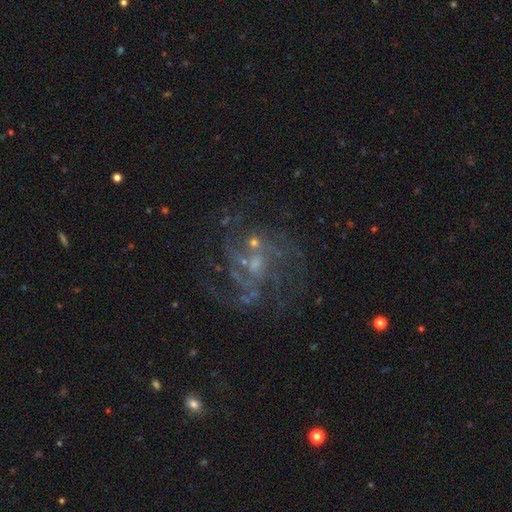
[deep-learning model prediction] Smooth or featured?
  - featured or disk: 75% *
  - star or artifact: 17%
  - smooth: 8%
Edge-on disk?
  - no: 98% *
  - yes: 2%
Bar?
  - no: 64% *
  - weak: 30%
  - strong: 6%
Spiral arms?
  - yes: 85% *
  - no: 15%
Spiral winding?
  - medium: 45% *
  - loose: 28%
  - tight: 26%
Spiral arm count?
  - can't tell: 32% *
  - 3: 21%
  - 4: 17%
  - 2: 13%
  - more than 4: 10%
  - 1: 7%
Bulge size?
  - small: 50% *
  - none: 27%
  - moderate: 19%
  - large: 2%
  - dominant: 1%
Merging?
  - none: 56% *
  - major disturbance: 22%
  - minor disturbance: 15%
  - merger: 7%